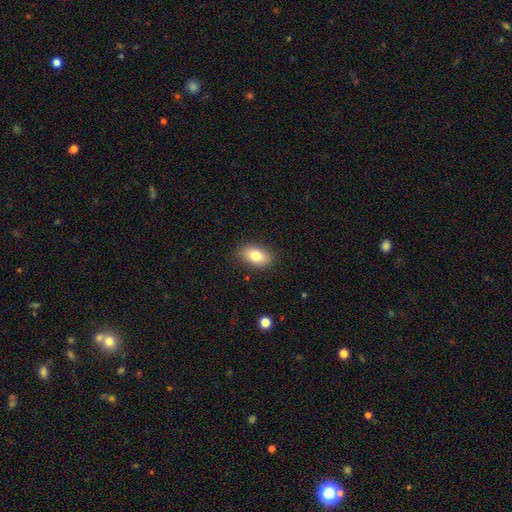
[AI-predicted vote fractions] smooth 79%, featured or disk 13%, star or artifact 8%. Down the decision tree: how rounded — in between (89%); merging — none (87%).